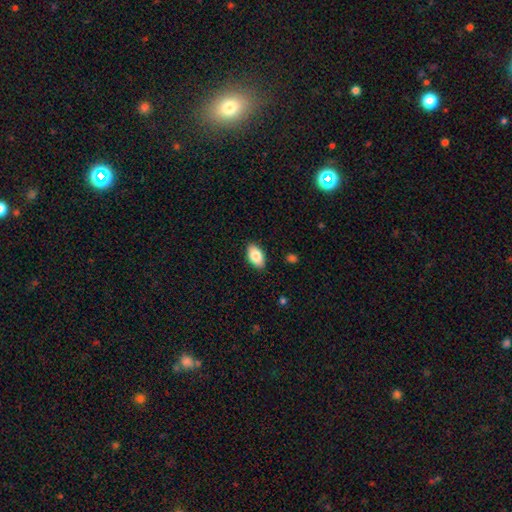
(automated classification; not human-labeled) This appears to be a smooth galaxy with no disk features (84%) that is in between round and cigar-shaped (93%). Merging: none (88%).